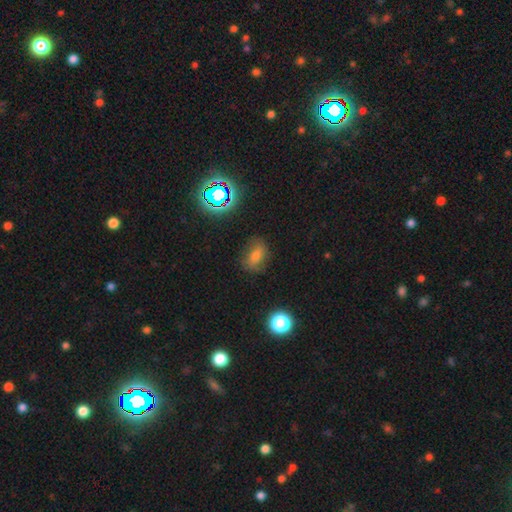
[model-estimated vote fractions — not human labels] Q: Smooth or featured?
A: smooth (57%); runner-up: star or artifact (22%)
Q: How rounded?
A: in between (74%); runner-up: round (23%)
Q: Merging?
A: none (75%); runner-up: minor disturbance (17%)